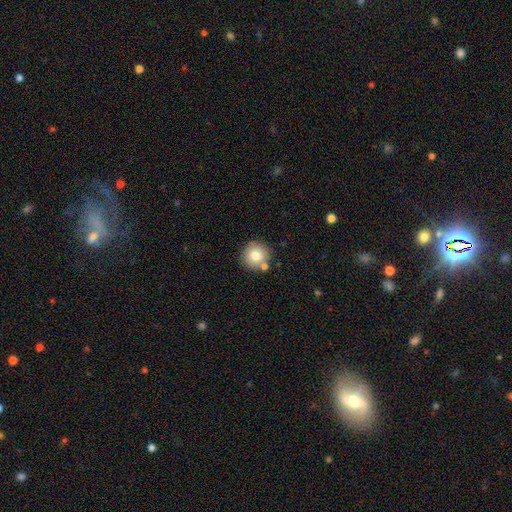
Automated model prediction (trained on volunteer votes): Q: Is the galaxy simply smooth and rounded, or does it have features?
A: smooth — 78%.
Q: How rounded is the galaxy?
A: round — 94%.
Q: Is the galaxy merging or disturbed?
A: none — 77%.